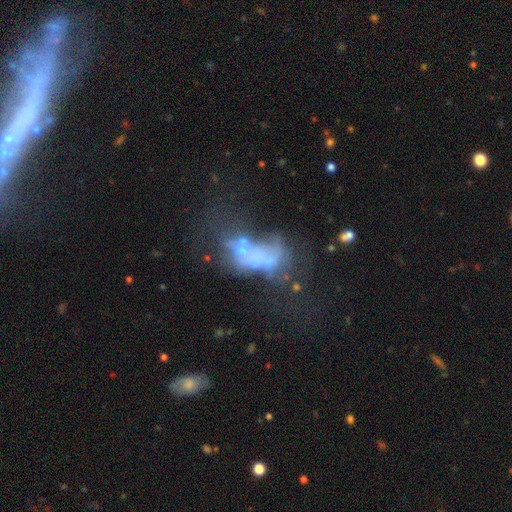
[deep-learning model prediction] The model was most divided on "merging": major disturbance: 39%, merger: 29%, none: 19%, minor disturbance: 12%. More confident: edge-on disk — no (95%); smooth or featured — featured or disk (51%).